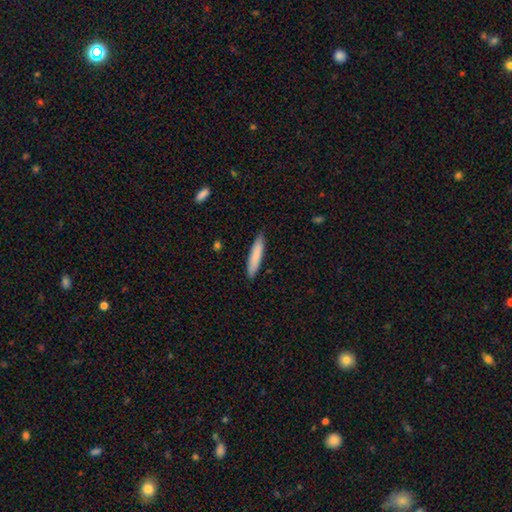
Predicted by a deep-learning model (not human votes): Morphology: type=smooth (83%); roundness=cigar-shaped (86%); merging=none (88%).